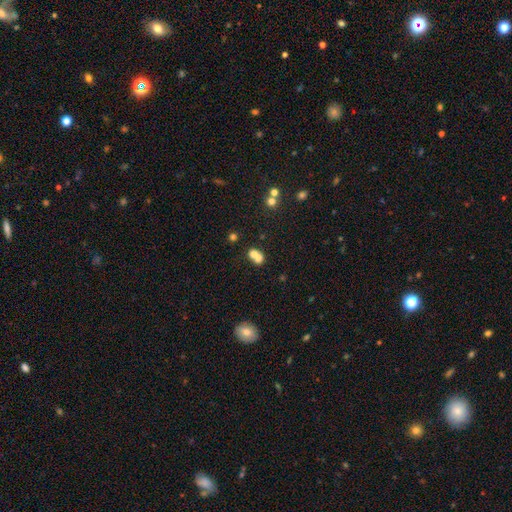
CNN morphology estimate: Smooth or featured?
  - smooth: 69% *
  - featured or disk: 18%
  - star or artifact: 13%
How rounded?
  - round: 58% *
  - in between: 40%
  - cigar-shaped: 1%
Merging?
  - merger: 66% *
  - none: 24%
  - minor disturbance: 6%
  - major disturbance: 4%